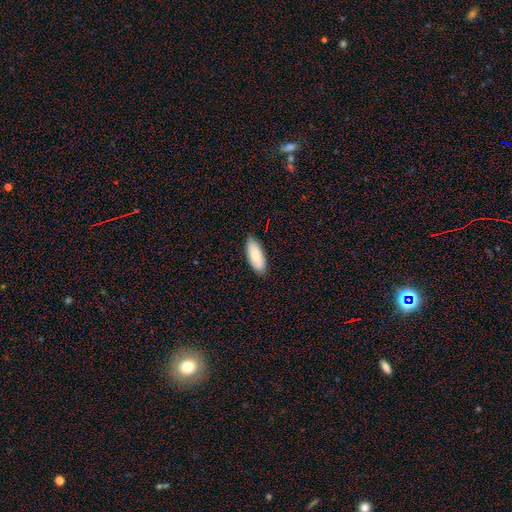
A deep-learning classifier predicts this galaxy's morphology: Smooth or featured: smooth — 77% (featured or disk — 17%)
How rounded: in between — 83% (cigar-shaped — 15%)
Merging: none — 84% (minor disturbance — 13%)